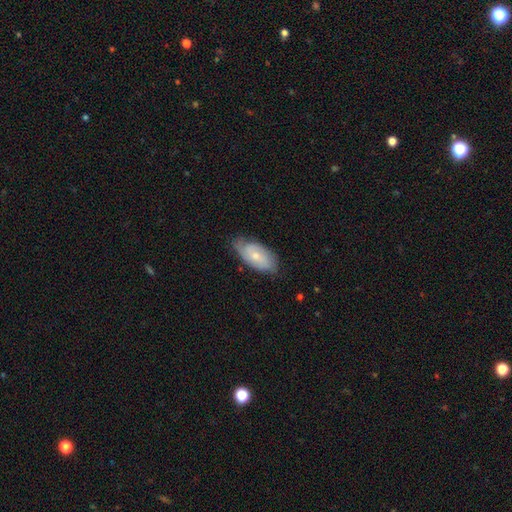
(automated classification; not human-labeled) Smooth or featured? featured or disk (51%)
Edge-on disk? no (91%)
Merging? none (69%)